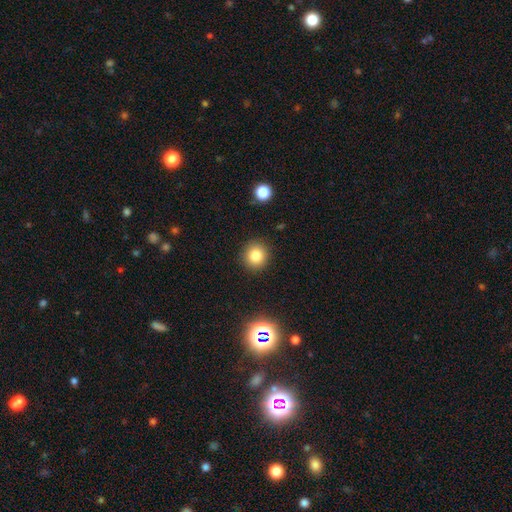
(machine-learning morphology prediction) Smooth or featured? Predicted: smooth (p=0.81). How rounded? Predicted: round (p=0.89). Merging? Predicted: none (p=0.90).